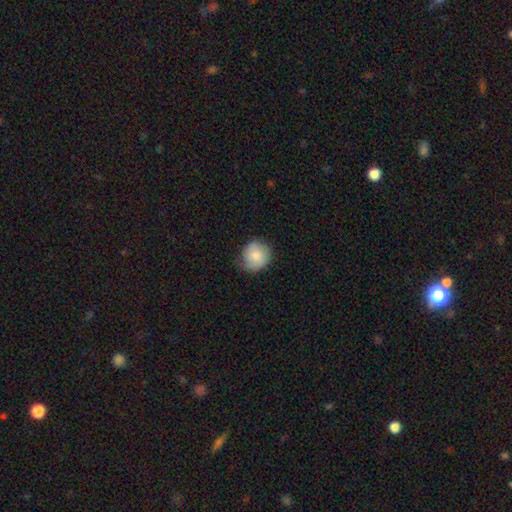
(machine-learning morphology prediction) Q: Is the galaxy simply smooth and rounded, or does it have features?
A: smooth — 80%.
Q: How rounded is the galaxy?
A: round — 85%.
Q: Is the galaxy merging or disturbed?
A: none — 71%.